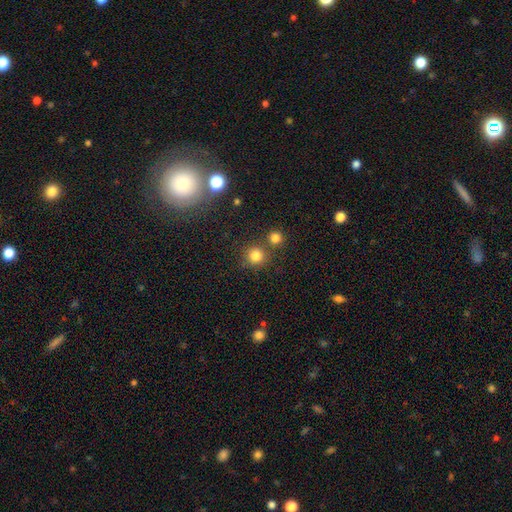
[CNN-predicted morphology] Smooth or featured? smooth (81%)
How rounded? round (91%)
Merging? none (73%)